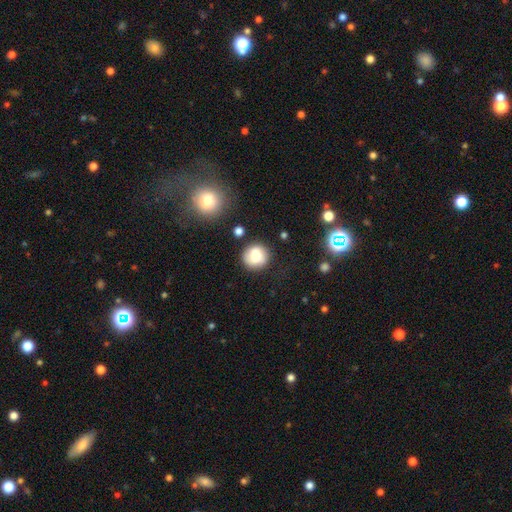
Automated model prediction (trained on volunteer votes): Smooth or featured?
  - smooth: 77% *
  - featured or disk: 14%
  - star or artifact: 9%
How rounded?
  - round: 87% *
  - in between: 12%
  - cigar-shaped: 1%
Merging?
  - none: 79% *
  - minor disturbance: 13%
  - major disturbance: 4%
  - merger: 4%